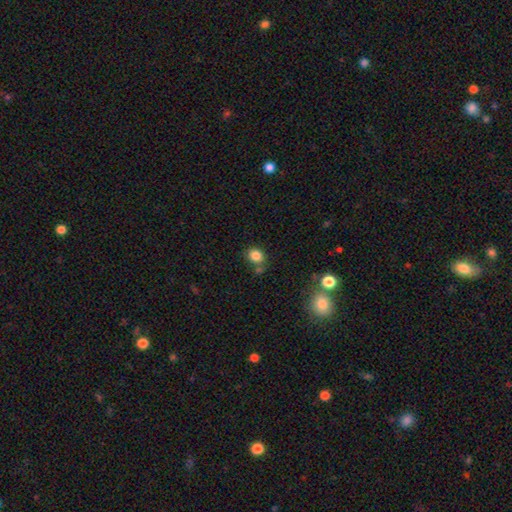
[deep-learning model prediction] Smooth or featured? smooth (83%)
How rounded? round (61%)
Merging? none (69%)